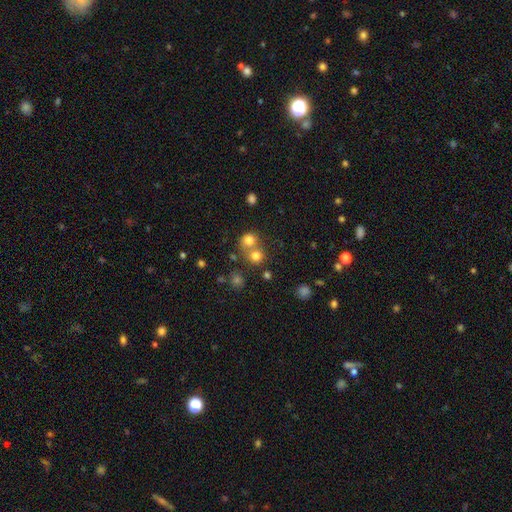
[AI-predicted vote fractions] smooth 75%, star or artifact 16%, featured or disk 9%. Down the decision tree: how rounded — round (87%); merging — none (51%).